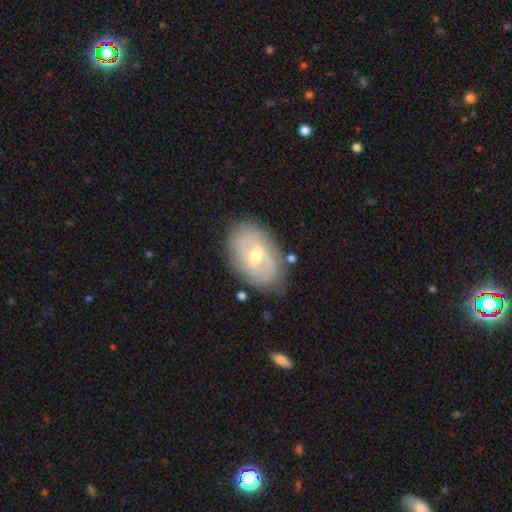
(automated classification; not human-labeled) Smooth or featured: featured or disk — 75% (smooth — 19%)
Edge-on disk: no — 95% (yes — 5%)
Bar: weak — 53% (no — 30%)
Spiral arms: yes — 79% (no — 21%)
Spiral winding: tight — 56% (medium — 31%)
Spiral arm count: 2 — 50% (can't tell — 32%)
Bulge size: moderate — 63% (small — 33%)
Merging: none — 77% (minor disturbance — 17%)